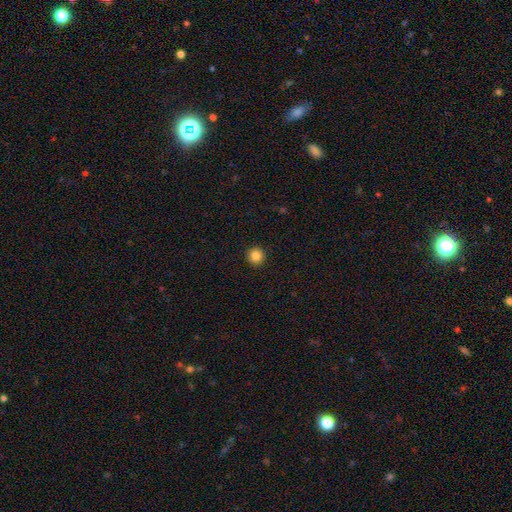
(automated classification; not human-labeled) Smooth or featured: smooth — 86% (star or artifact — 11%)
How rounded: round — 94% (in between — 5%)
Merging: none — 93% (minor disturbance — 4%)